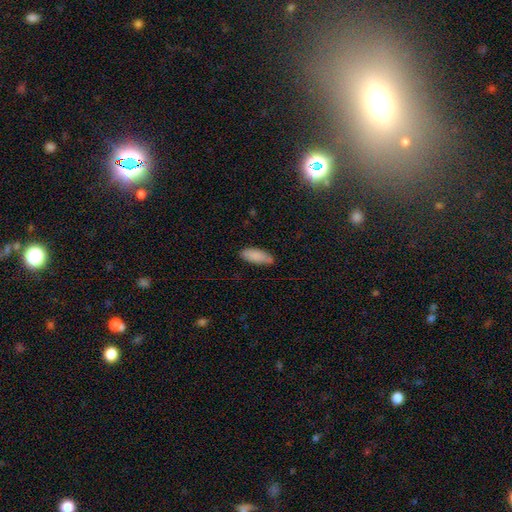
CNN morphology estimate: smooth_or_featured: smooth (p=0.87) [alt: featured or disk p=0.07]
how_rounded: in between (p=0.76) [alt: cigar-shaped p=0.22]
merging: none (p=0.78) [alt: minor disturbance p=0.18]